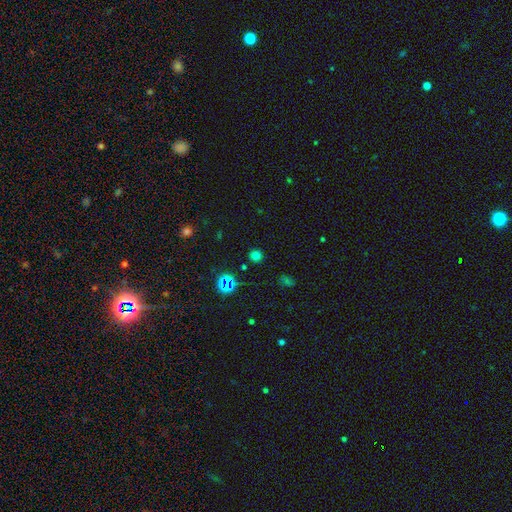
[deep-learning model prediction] The model was most divided on "smooth or featured": smooth: 70%, star or artifact: 25%, featured or disk: 5%. More confident: how rounded — round (91%); merging — none (89%).